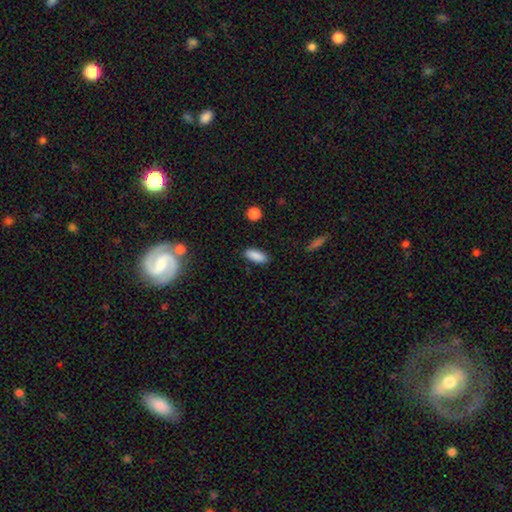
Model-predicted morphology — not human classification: type=smooth (88%); roundness=in between (77%); merging=none (87%).